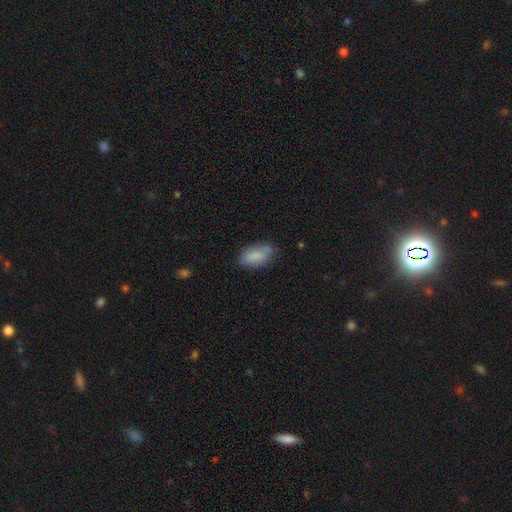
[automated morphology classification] type=smooth (85%); roundness=in between (93%); merging=none (72%).